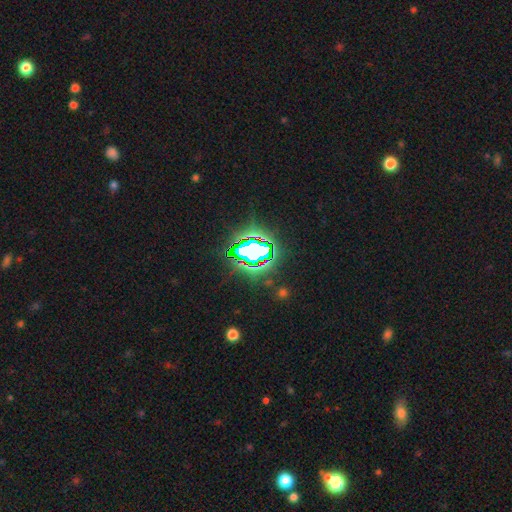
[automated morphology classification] The model was most divided on "smooth or featured": star or artifact: 81%, smooth: 11%, featured or disk: 7%.